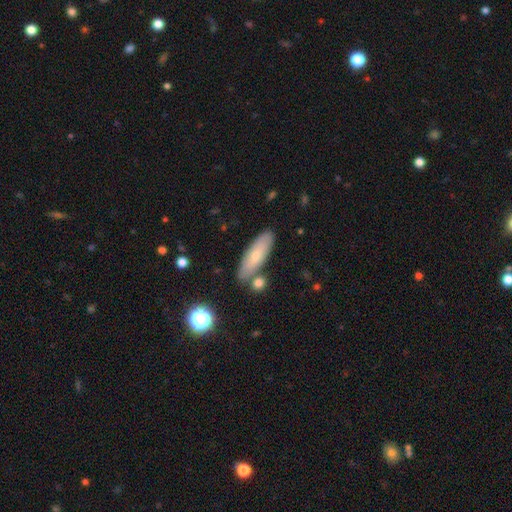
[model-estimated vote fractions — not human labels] A smooth galaxy with no disk features (67%) that is cigar-shaped (53%).

Vote fractions:
- Smooth or featured? smooth: 67% / featured or disk: 26% / star or artifact: 8%
- How rounded? cigar-shaped: 53% / in between: 45% / round: 3%
- Merging? none: 78% / minor disturbance: 12% / merger: 8% / major disturbance: 3%